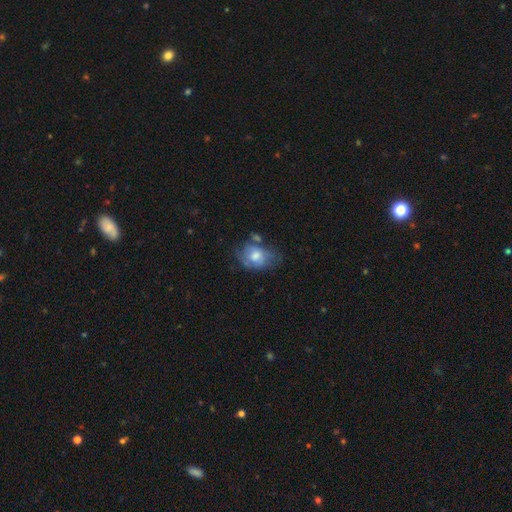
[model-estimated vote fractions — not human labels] Smooth or featured?
  - smooth: 53% *
  - featured or disk: 39%
  - star or artifact: 8%
How rounded?
  - in between: 71% *
  - round: 28%
  - cigar-shaped: 1%
Merging?
  - none: 40% *
  - minor disturbance: 30%
  - major disturbance: 18%
  - merger: 12%